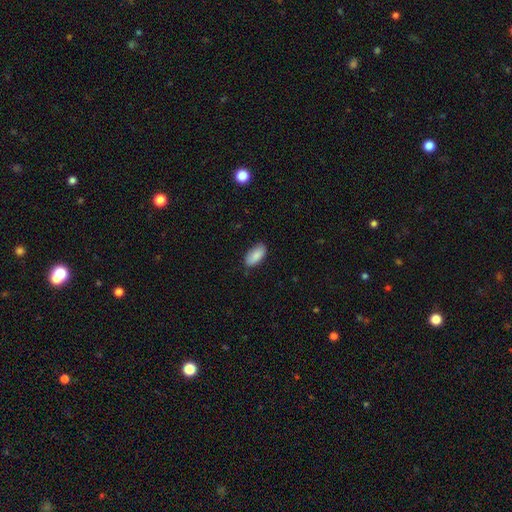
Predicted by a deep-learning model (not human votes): Morphology: type=smooth (87%); roundness=in between (92%); merging=none (82%).